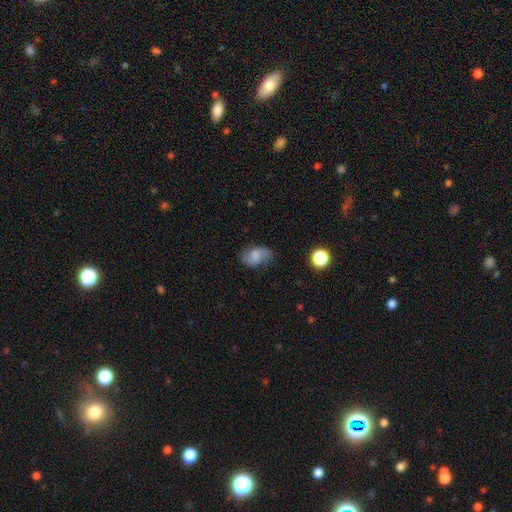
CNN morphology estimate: Smooth or featured? featured or disk (47%)
Merging? none (71%)